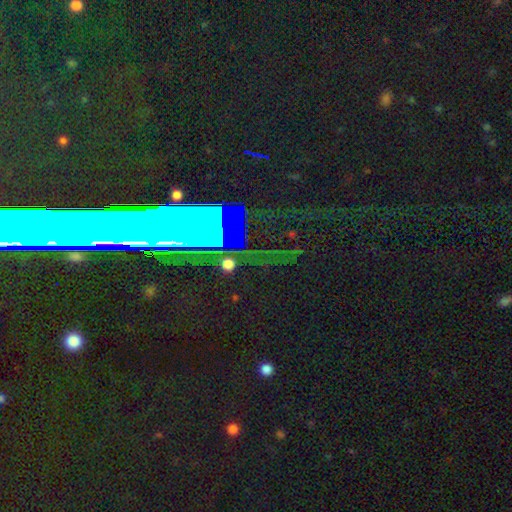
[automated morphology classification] Smooth or featured? star or artifact (72%)